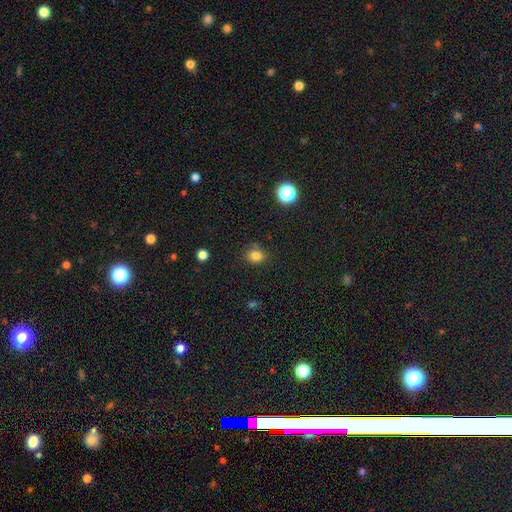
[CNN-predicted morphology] smooth_or_featured: smooth (p=0.80) [alt: star or artifact p=0.14]
how_rounded: round (p=0.61) [alt: in between p=0.38]
merging: none (p=0.74) [alt: minor disturbance p=0.17]